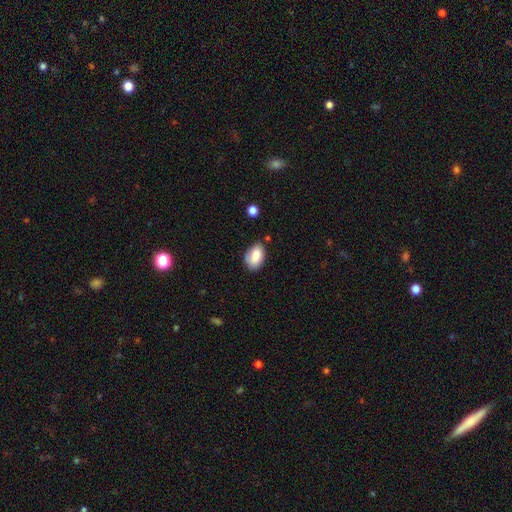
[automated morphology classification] Q: Smooth or featured?
A: smooth (82%); runner-up: featured or disk (11%)
Q: How rounded?
A: in between (88%); runner-up: round (11%)
Q: Merging?
A: none (63%); runner-up: minor disturbance (27%)